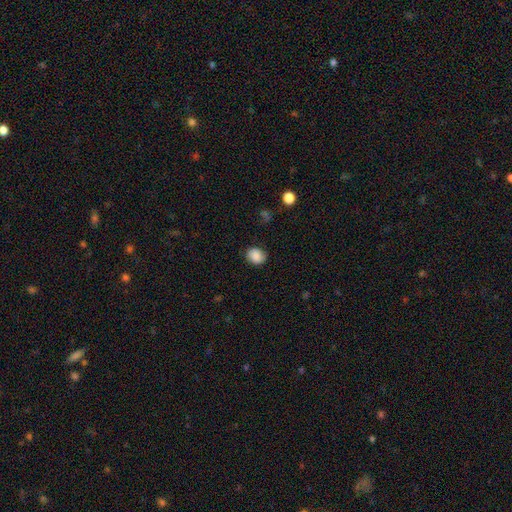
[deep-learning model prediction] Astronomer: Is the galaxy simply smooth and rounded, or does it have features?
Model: smooth — 85%.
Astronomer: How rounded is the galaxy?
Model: round — 63%.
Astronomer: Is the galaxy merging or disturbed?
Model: none — 82%.